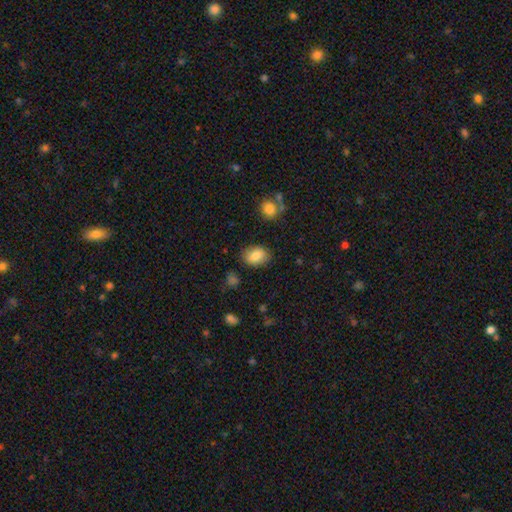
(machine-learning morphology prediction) type=smooth (83%); roundness=in between (78%); merging=none (84%).